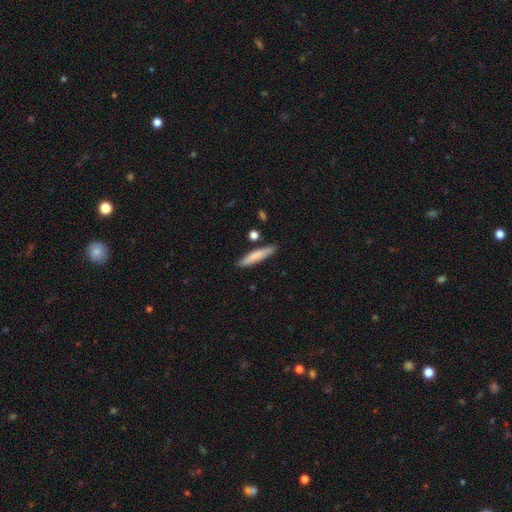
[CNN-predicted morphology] Smooth or featured?
  - smooth: 76% *
  - featured or disk: 18%
  - star or artifact: 6%
How rounded?
  - cigar-shaped: 88% *
  - in between: 10%
  - round: 2%
Merging?
  - none: 84% *
  - minor disturbance: 10%
  - merger: 4%
  - major disturbance: 2%